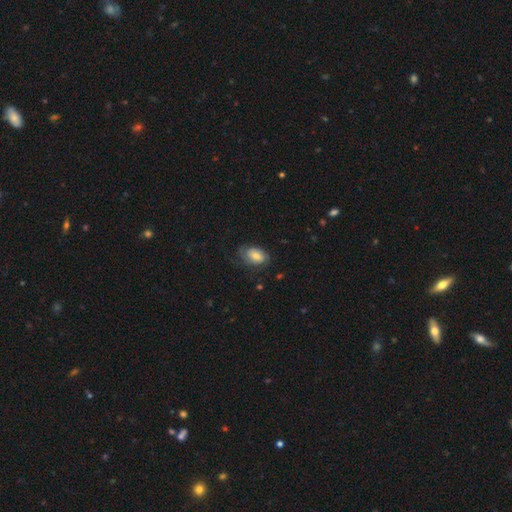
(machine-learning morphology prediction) Overall: smooth (50%; featured or disk 42%). How rounded: in between (90%). Merging: none (58%; minor disturbance 25%).